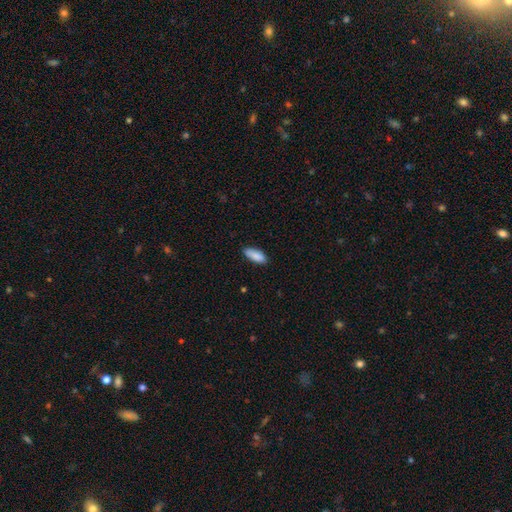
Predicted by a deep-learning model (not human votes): Morphology: type=smooth (88%); roundness=in between (75%); merging=none (82%).